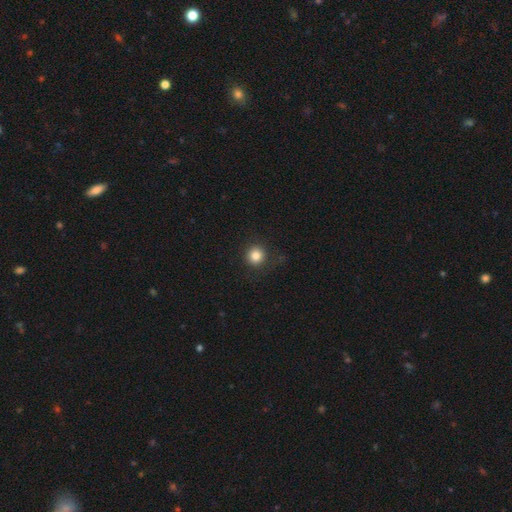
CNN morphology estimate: smooth 83%, star or artifact 12%, featured or disk 5%. Down the decision tree: how rounded — round (94%); merging — none (87%).